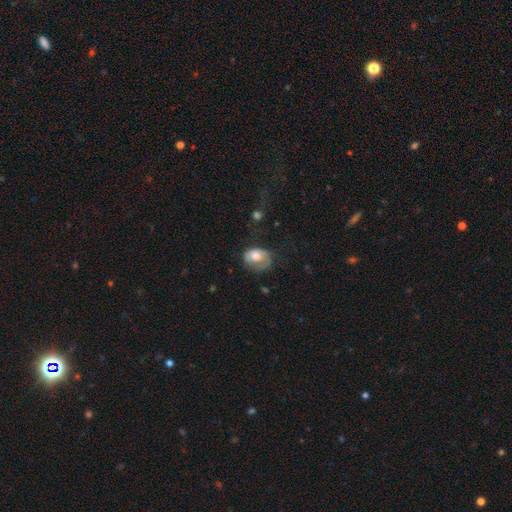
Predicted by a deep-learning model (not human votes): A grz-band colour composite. It shows a smooth galaxy with no disk features (63%) that is in between round and cigar-shaped (67%). Merging: none (38%).